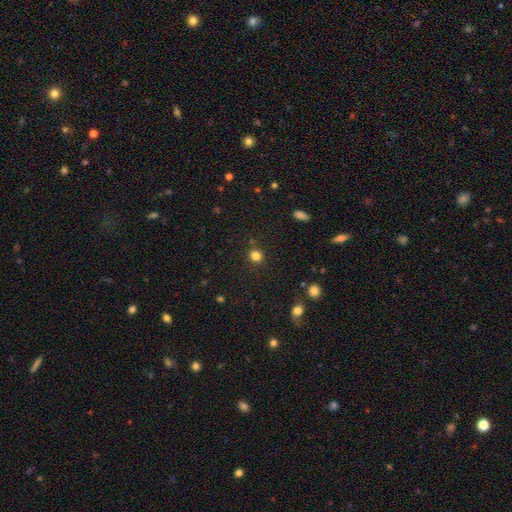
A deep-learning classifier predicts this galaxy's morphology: Smooth or featured? Predicted: smooth (p=0.81). How rounded? Predicted: round (p=0.86). Merging? Predicted: none (p=0.86).